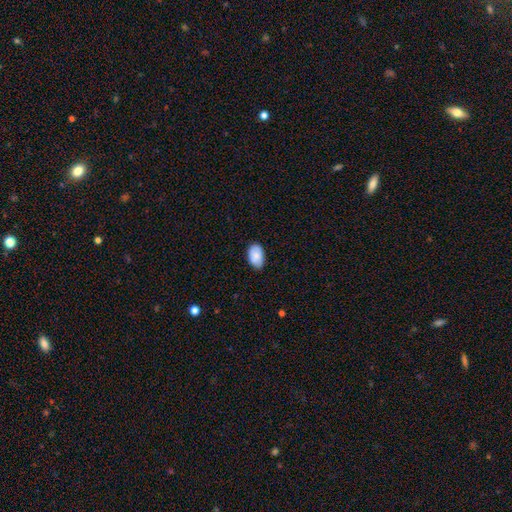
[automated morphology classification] Q: Smooth or featured?
A: smooth (80%); runner-up: featured or disk (13%)
Q: How rounded?
A: in between (91%); runner-up: round (7%)
Q: Merging?
A: none (76%); runner-up: minor disturbance (20%)